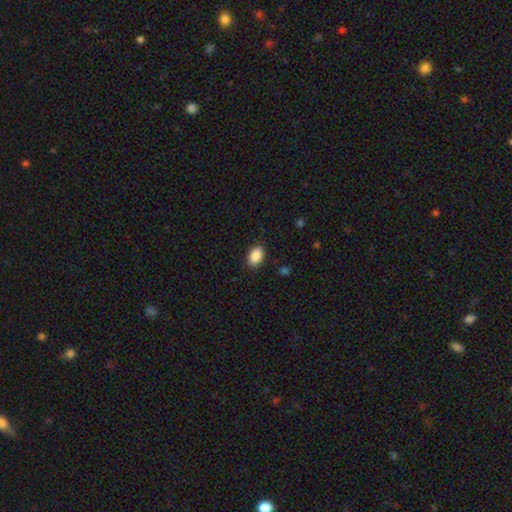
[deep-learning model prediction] Smooth or featured?
  - smooth: 89% *
  - star or artifact: 7%
  - featured or disk: 4%
How rounded?
  - in between: 88% *
  - round: 10%
  - cigar-shaped: 1%
Merging?
  - none: 87% *
  - minor disturbance: 9%
  - major disturbance: 2%
  - merger: 1%